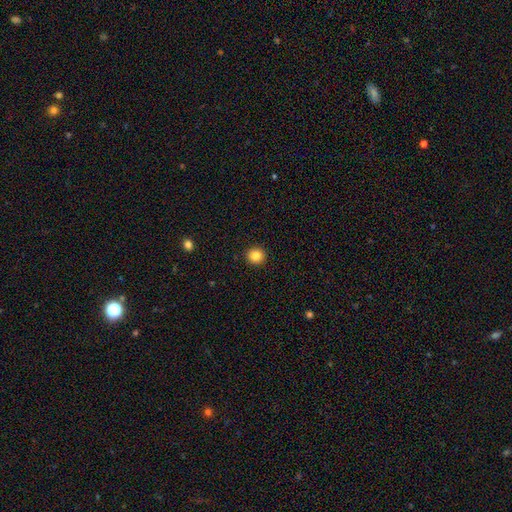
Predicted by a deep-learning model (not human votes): A smooth galaxy with no disk features (85%) that is round (93%). Merging: none (93%).